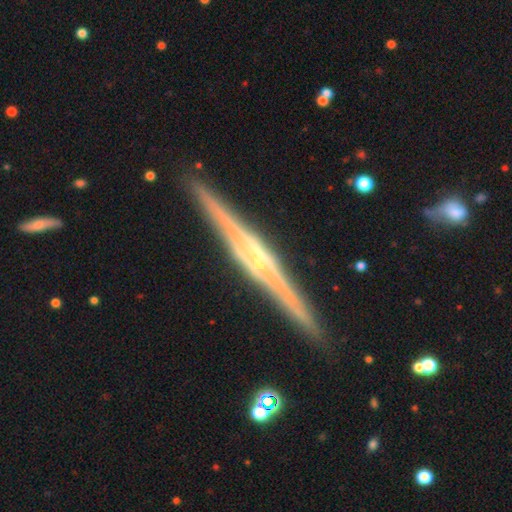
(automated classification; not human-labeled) This appears to be a featured or disk galaxy (87%) viewed edge-on (98%) with a rounded central bulge (47%). Merging: none (91%).